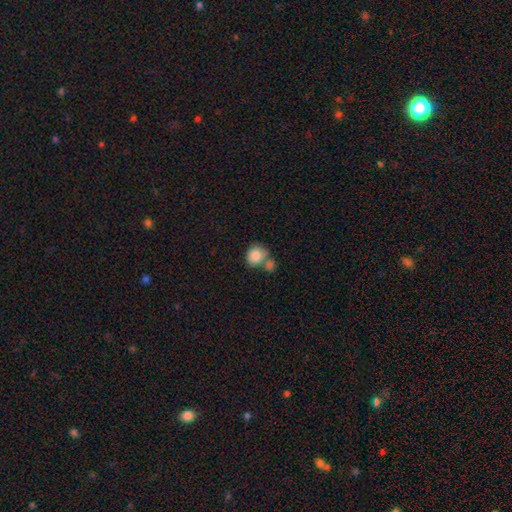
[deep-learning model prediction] smooth_or_featured: smooth (p=0.85) [alt: star or artifact p=0.08]
how_rounded: round (p=0.71) [alt: in between p=0.28]
merging: merger (p=0.43) [alt: none p=0.39]